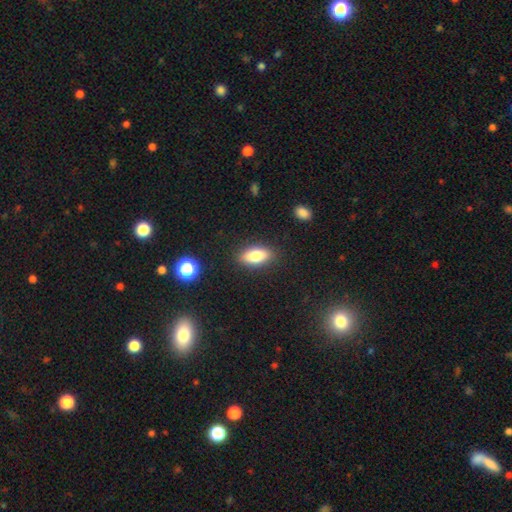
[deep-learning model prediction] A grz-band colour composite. It shows a smooth galaxy with no disk features (78%) that is in between round and cigar-shaped (83%). Merging: none (87%).